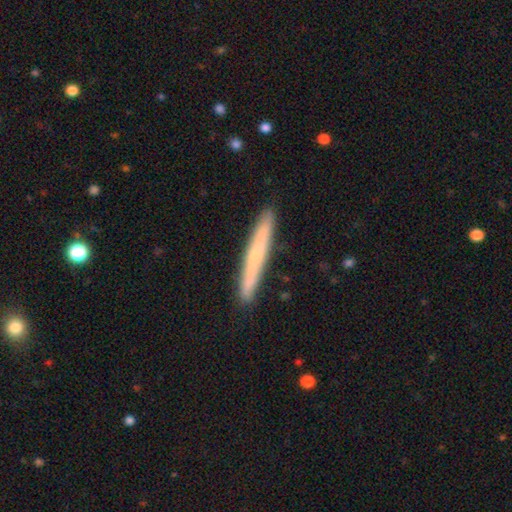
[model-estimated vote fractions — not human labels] Morphology: type=smooth (54%); roundness=cigar-shaped (96%); merging=none (91%).